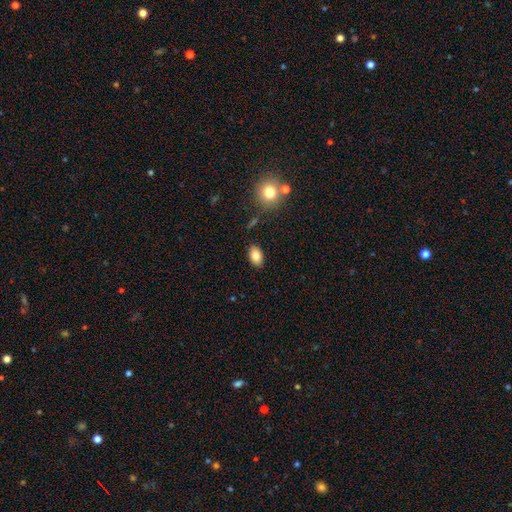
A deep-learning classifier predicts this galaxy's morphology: Smooth or featured: smooth — 84% (star or artifact — 9%)
How rounded: in between — 88% (round — 10%)
Merging: none — 85% (minor disturbance — 10%)